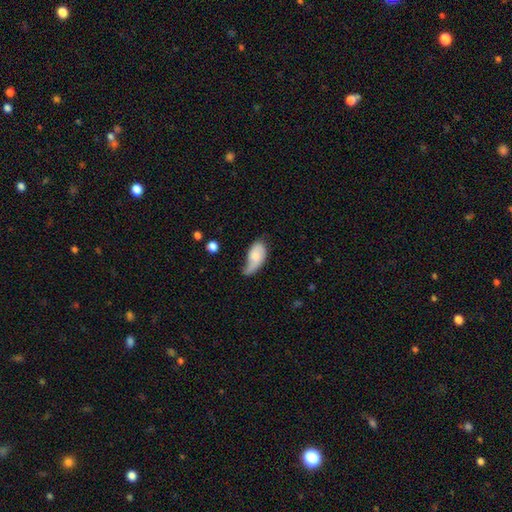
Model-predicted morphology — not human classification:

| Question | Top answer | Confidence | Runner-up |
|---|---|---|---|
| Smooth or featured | smooth | 64% | featured or disk (30%) |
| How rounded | in between | 91% | cigar-shaped (5%) |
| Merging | minor disturbance | 40% | none (28%) |